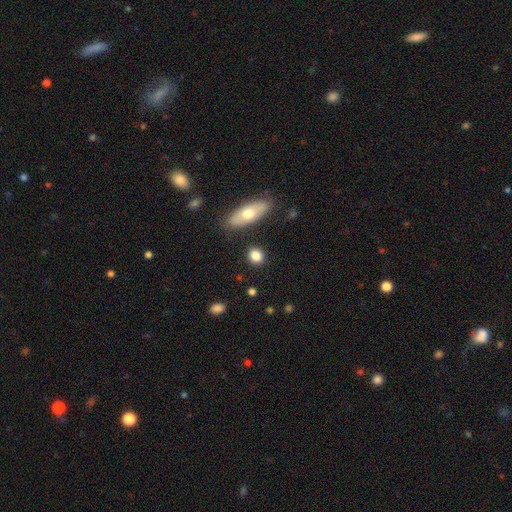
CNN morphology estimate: type=smooth (83%); roundness=round (60%); merging=none (85%).